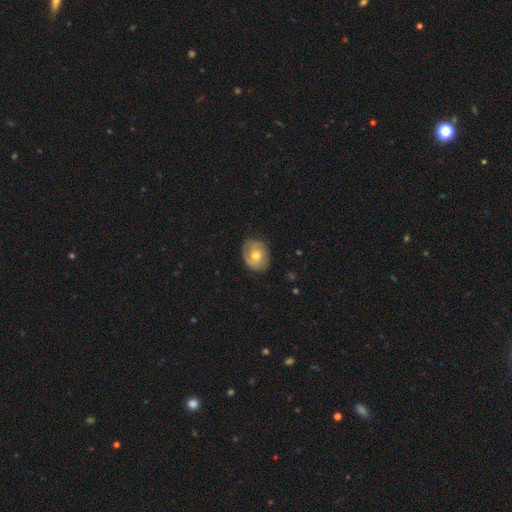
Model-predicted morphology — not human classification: Smooth or featured? featured or disk (53%)
Edge-on disk? no (96%)
Bar? no (74%)
Spiral arms? yes (72%)
Bulge size? moderate (74%)
Merging? none (73%)